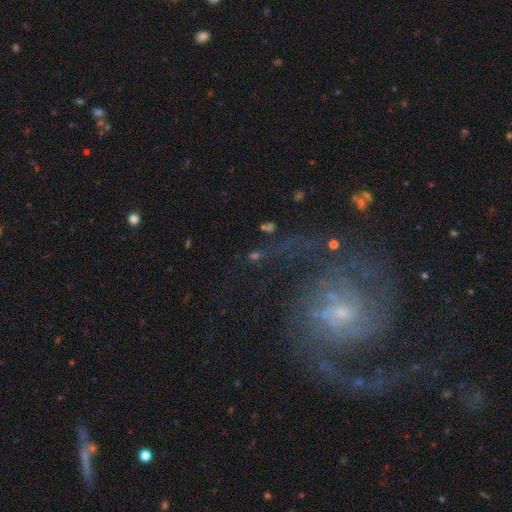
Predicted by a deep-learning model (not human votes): This is possibly a featured or disk galaxy (54%). It is clearly not viewed edge-on (93%). Merging: possibly none (52%).